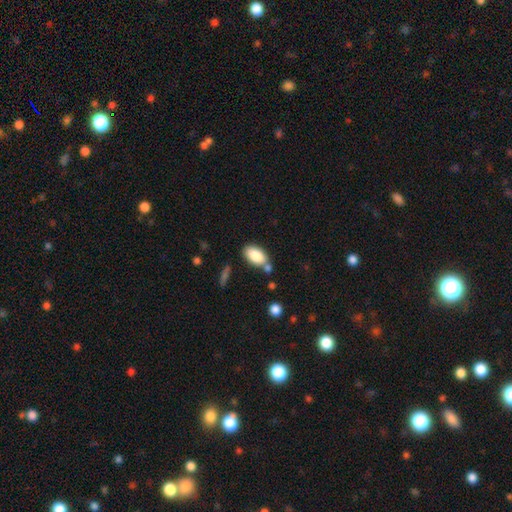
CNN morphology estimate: A smooth galaxy with no disk features (85%) that is in between round and cigar-shaped (93%).

Vote fractions:
- Smooth or featured? smooth: 85% / featured or disk: 8% / star or artifact: 7%
- How rounded? in between: 93% / round: 4% / cigar-shaped: 3%
- Merging? none: 65% / merger: 16% / minor disturbance: 15% / major disturbance: 4%